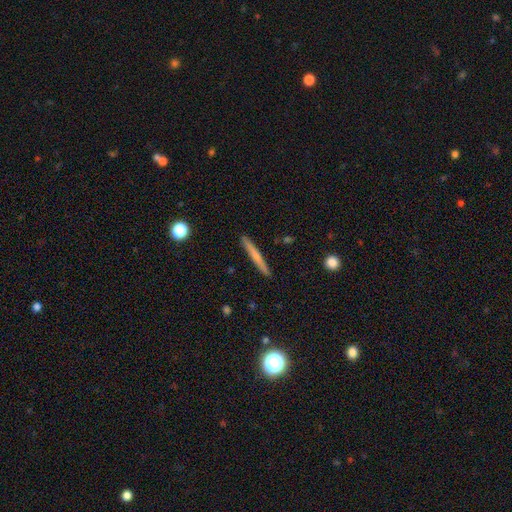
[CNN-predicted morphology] This appears to be a smooth galaxy with no disk features (61%) that is cigar-shaped (96%). Merging: none (90%).